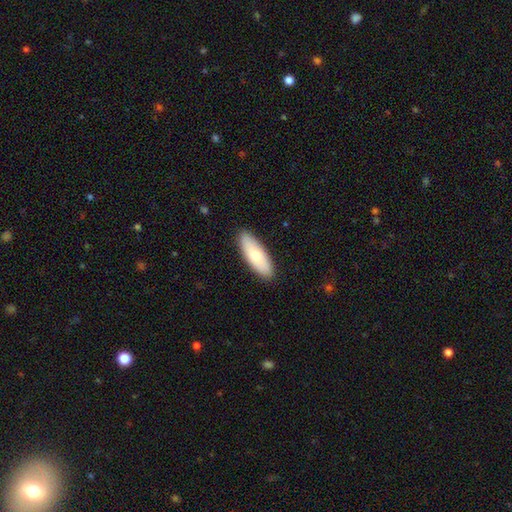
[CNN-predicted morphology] type=smooth (69%); roundness=in between (69%); merging=none (89%).